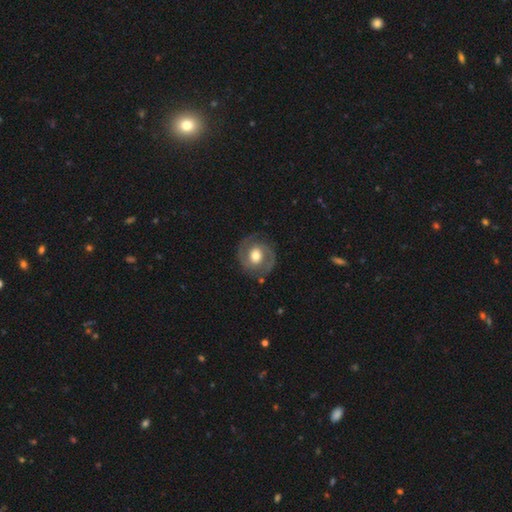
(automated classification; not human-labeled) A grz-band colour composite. It shows a featured or disk galaxy (75%) with no bar (55%), 2 (85%) tight (46%) spiral arms (86%) and a moderate central bulge (69%). Merging: none (80%).